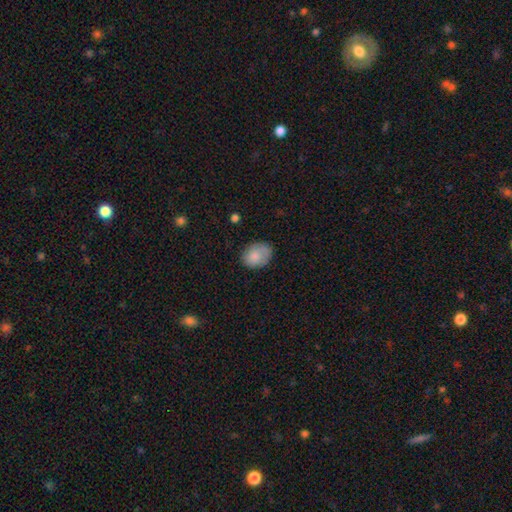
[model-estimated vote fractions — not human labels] A smooth galaxy with no disk features (82%) that is in between round and cigar-shaped (65%).

Vote fractions:
- Smooth or featured? smooth: 82% / featured or disk: 12% / star or artifact: 7%
- How rounded? in between: 65% / round: 34% / cigar-shaped: 1%
- Merging? none: 74% / minor disturbance: 20% / major disturbance: 5% / merger: 1%